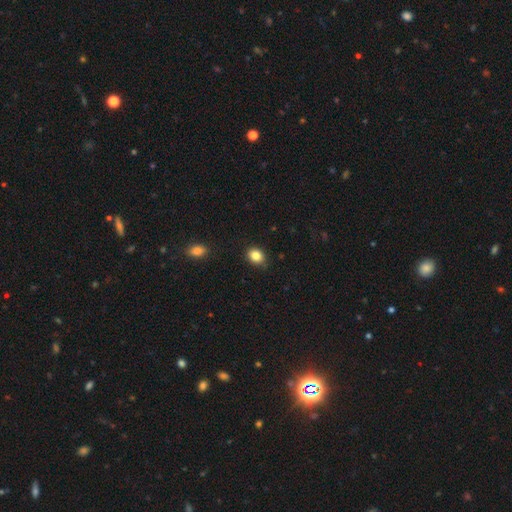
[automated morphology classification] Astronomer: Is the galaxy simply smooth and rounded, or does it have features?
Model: smooth — 85%.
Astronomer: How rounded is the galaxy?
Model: round — 54% (runner-up: in between, 45%).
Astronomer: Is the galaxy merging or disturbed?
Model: none — 84%.